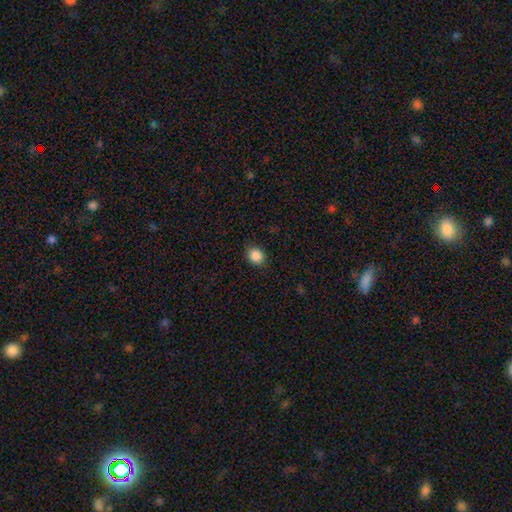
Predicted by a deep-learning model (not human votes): Smooth or featured?
  - smooth: 87% *
  - star or artifact: 10%
  - featured or disk: 3%
How rounded?
  - round: 68% *
  - in between: 31%
  - cigar-shaped: 1%
Merging?
  - none: 86% *
  - minor disturbance: 10%
  - major disturbance: 3%
  - merger: 1%